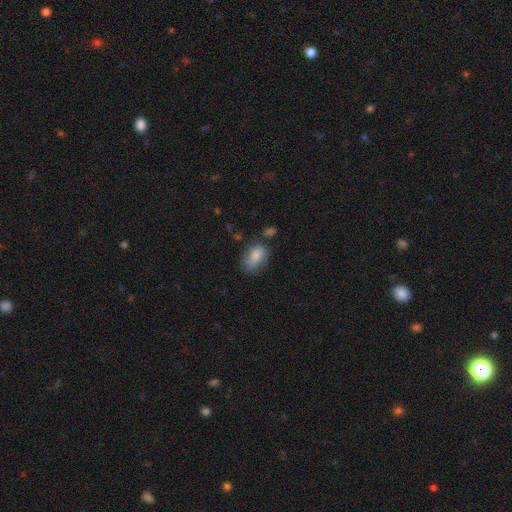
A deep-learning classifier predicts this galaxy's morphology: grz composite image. It shows a smooth galaxy with no disk features (76%) that is in between round and cigar-shaped (83%). Merging: none (55%).